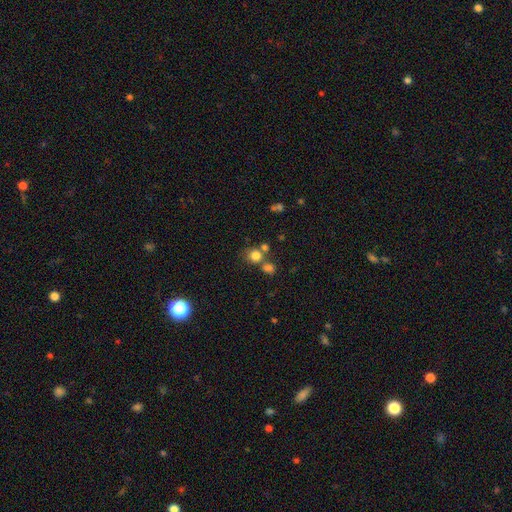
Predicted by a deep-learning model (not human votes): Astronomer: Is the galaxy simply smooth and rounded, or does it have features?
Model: smooth — 78%.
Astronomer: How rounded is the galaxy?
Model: round — 80%.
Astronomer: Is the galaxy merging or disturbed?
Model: none — 55%.